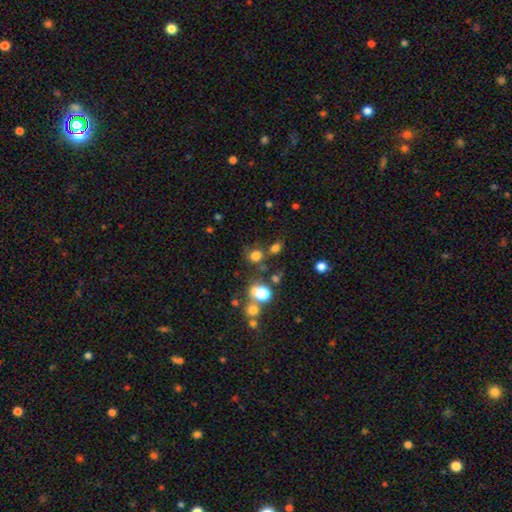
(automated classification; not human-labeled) Q: Smooth or featured?
A: smooth (72%); runner-up: star or artifact (20%)
Q: How rounded?
A: round (78%); runner-up: in between (21%)
Q: Merging?
A: none (65%); runner-up: merger (15%)